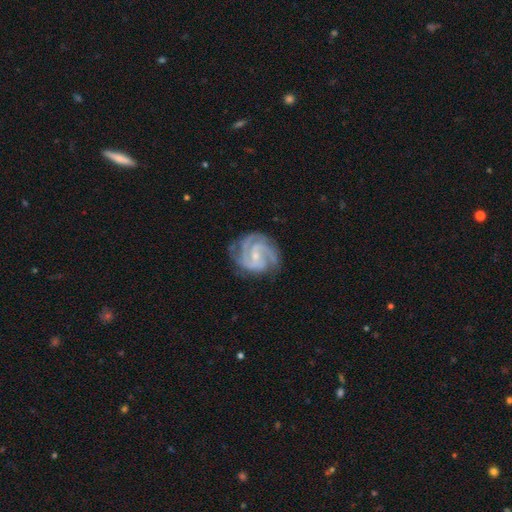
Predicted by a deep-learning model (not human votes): Smooth or featured? Predicted: featured or disk (p=0.92). Edge-on disk? Predicted: no (p=0.98). Bar? Predicted: no (p=0.47). Spiral arms? Predicted: yes (p=0.98). Spiral winding? Predicted: tight (p=0.57). Spiral arm count? Predicted: 3 (p=0.49). Bulge size? Predicted: small (p=0.68). Merging? Predicted: none (p=0.75).